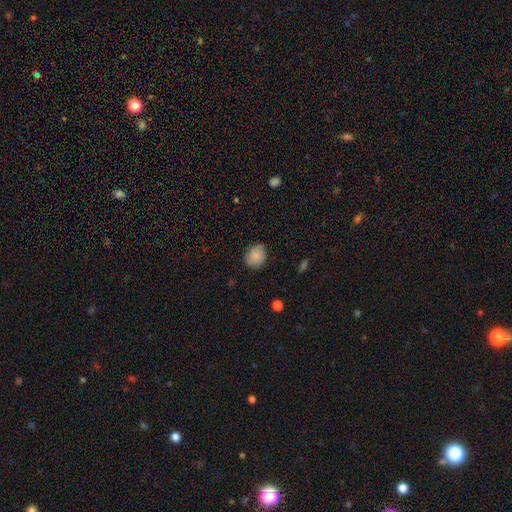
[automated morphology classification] Q: Smooth or featured?
A: smooth (79%); runner-up: featured or disk (12%)
Q: How rounded?
A: round (68%); runner-up: in between (31%)
Q: Merging?
A: none (81%); runner-up: minor disturbance (15%)